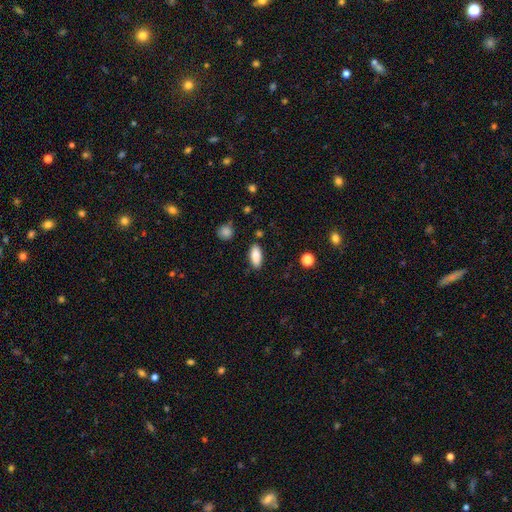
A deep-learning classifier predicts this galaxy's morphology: This is clearly a smooth galaxy (87%). How rounded: clearly in between (82%). Merging: clearly none (86%).